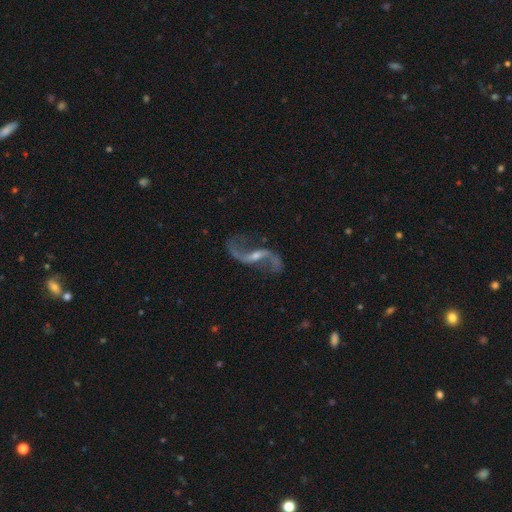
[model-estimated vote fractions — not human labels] featured or disk 92%, star or artifact 5%, smooth 4%. Down the decision tree: edge-on disk — no (96%); bar — weak (43%); spiral arms — yes (96%); spiral arm count — 2 (94%); spiral winding — loose (90%); bulge size — small (56%); merging — none (76%).